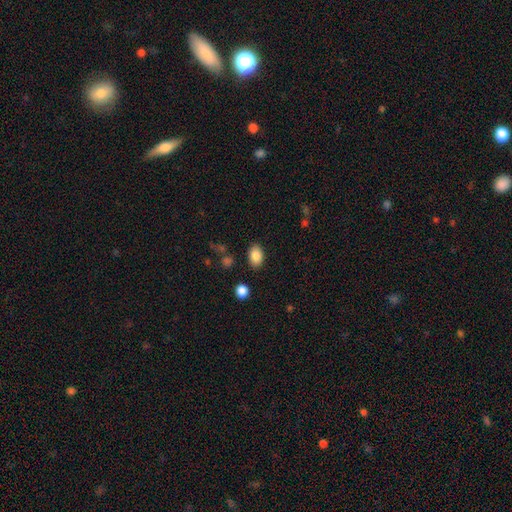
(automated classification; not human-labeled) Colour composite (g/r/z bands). It shows a smooth galaxy with no disk features (87%) that is in between round and cigar-shaped (83%). Merging: none (85%).